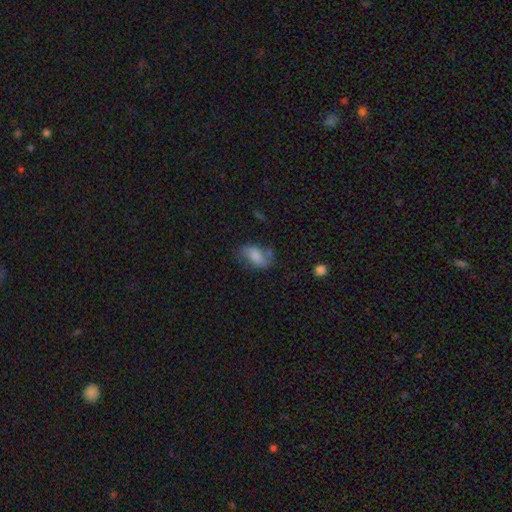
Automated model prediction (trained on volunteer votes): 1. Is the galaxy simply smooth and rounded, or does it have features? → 67% smooth, 24% featured or disk, 9% star or artifact.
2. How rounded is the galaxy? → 88% in between, 10% round, 2% cigar-shaped.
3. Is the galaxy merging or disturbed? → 51% none, 29% minor disturbance, 15% major disturbance, 6% merger.